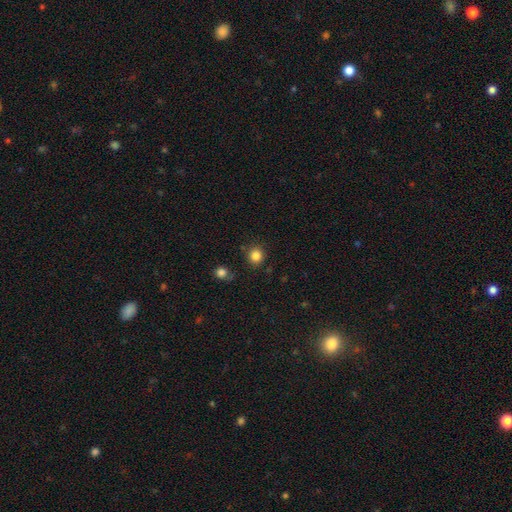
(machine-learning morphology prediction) Smooth or featured?
  - smooth: 84% *
  - star or artifact: 12%
  - featured or disk: 4%
How rounded?
  - round: 89% *
  - in between: 10%
  - cigar-shaped: 1%
Merging?
  - none: 84% *
  - minor disturbance: 9%
  - merger: 3%
  - major disturbance: 3%